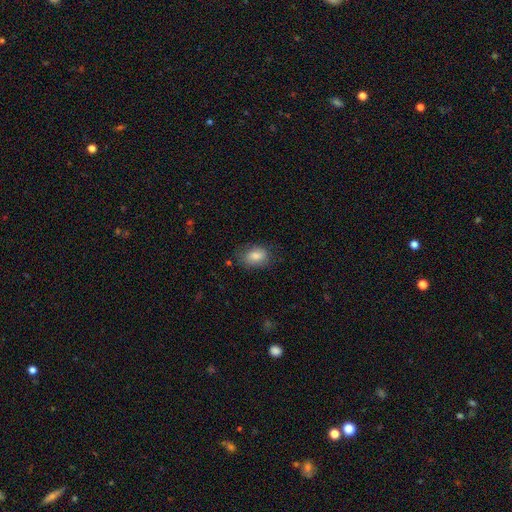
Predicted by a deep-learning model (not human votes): Morphology: type=smooth (82%); roundness=in between (83%); merging=none (75%).